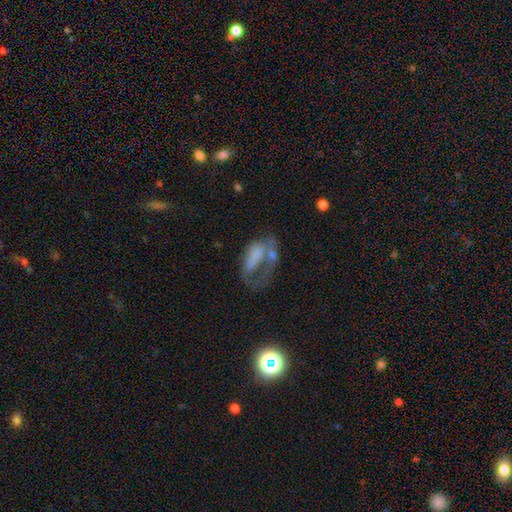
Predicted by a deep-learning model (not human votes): Smooth or featured? smooth (48%)
Merging? major disturbance (47%)